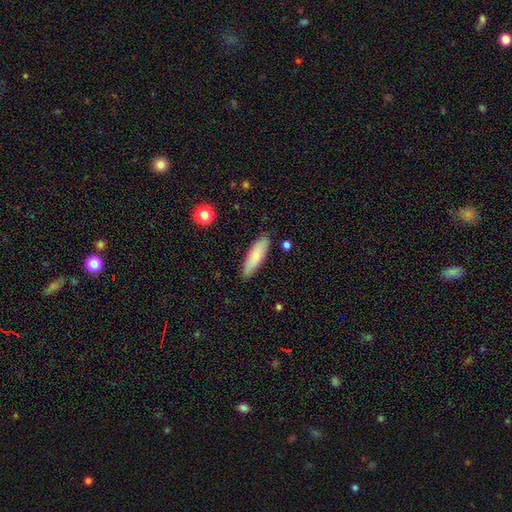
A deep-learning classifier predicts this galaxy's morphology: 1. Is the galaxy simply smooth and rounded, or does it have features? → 78% smooth, 16% featured or disk, 6% star or artifact.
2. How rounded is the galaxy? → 55% cigar-shaped, 44% in between, 2% round.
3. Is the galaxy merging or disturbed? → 84% none, 12% minor disturbance, 2% major disturbance, 2% merger.